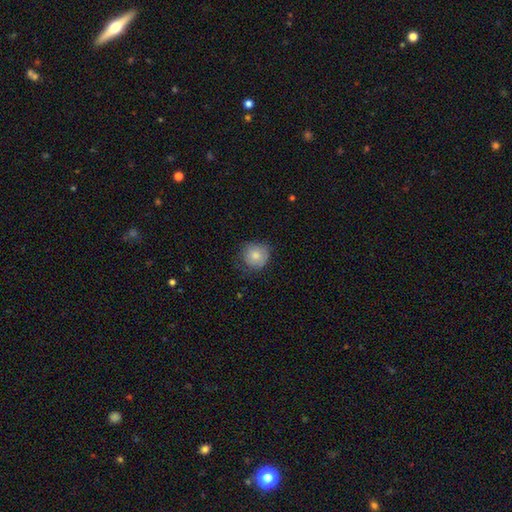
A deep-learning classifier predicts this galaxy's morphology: Smooth or featured? smooth (78%)
How rounded? round (89%)
Merging? none (66%)